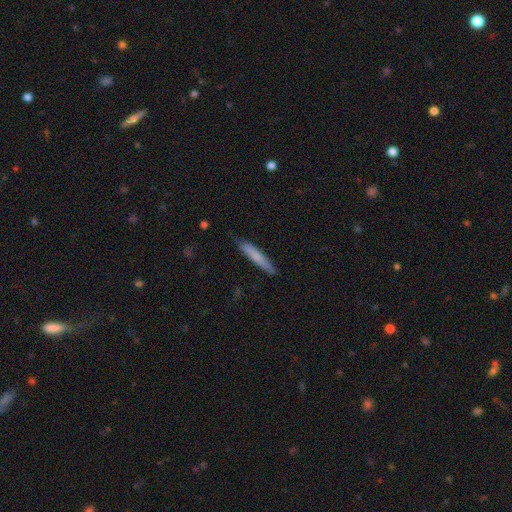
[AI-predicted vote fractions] smooth 72%, featured or disk 22%, star or artifact 6%. Down the decision tree: how rounded — cigar-shaped (93%); merging — none (85%).